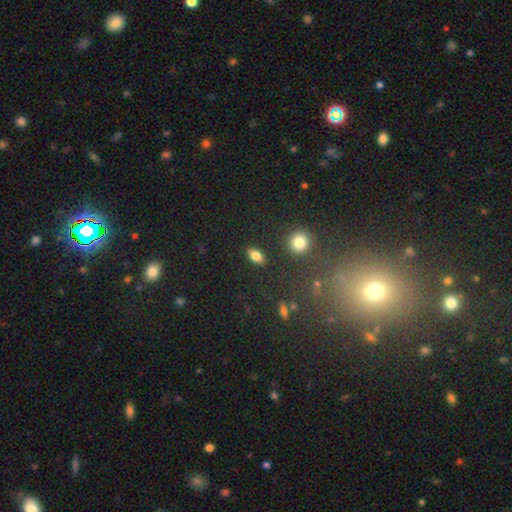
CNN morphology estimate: Smooth or featured: smooth — 82% (star or artifact — 10%)
How rounded: in between — 86% (round — 9%)
Merging: none — 87% (minor disturbance — 8%)